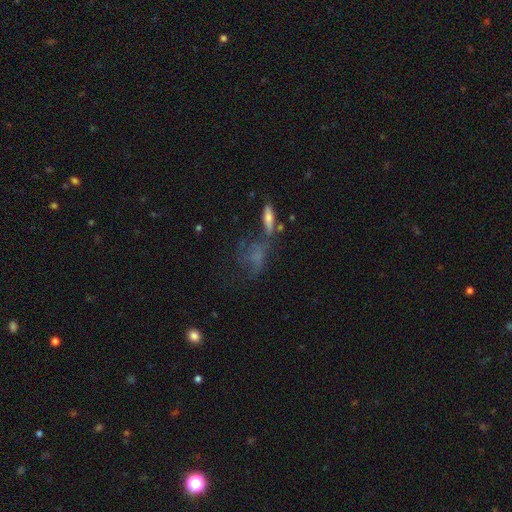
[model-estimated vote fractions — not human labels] Smooth or featured?
  - smooth: 44% *
  - featured or disk: 36%
  - star or artifact: 20%
Merging?
  - none: 39% *
  - major disturbance: 26%
  - minor disturbance: 18%
  - merger: 16%